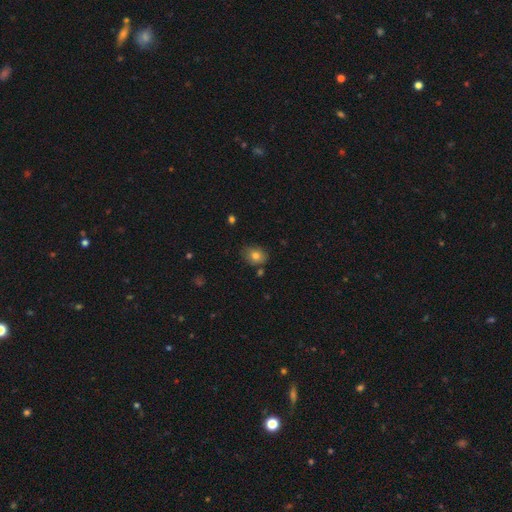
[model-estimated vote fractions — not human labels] Smooth or featured? Predicted: smooth (p=0.78). How rounded? Predicted: in between (p=0.58). Merging? Predicted: none (p=0.75).